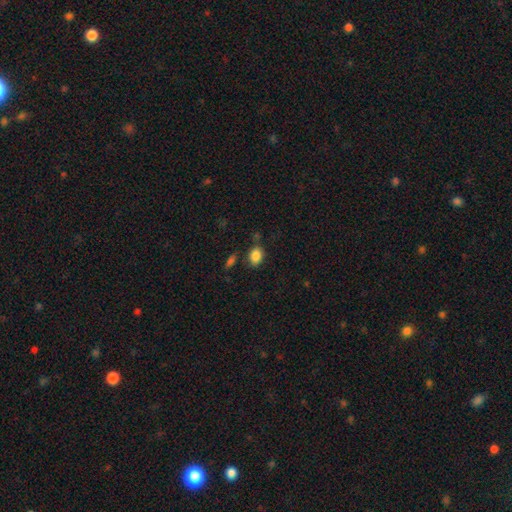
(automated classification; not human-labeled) Smooth or featured?
  - smooth: 86% *
  - star or artifact: 9%
  - featured or disk: 5%
How rounded?
  - in between: 73% *
  - round: 25%
  - cigar-shaped: 1%
Merging?
  - none: 73% *
  - minor disturbance: 16%
  - merger: 7%
  - major disturbance: 4%